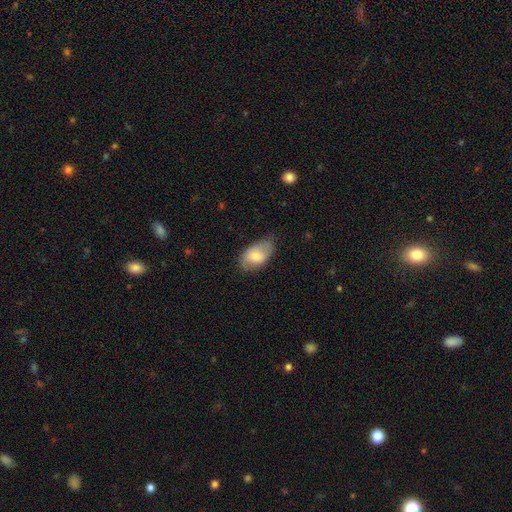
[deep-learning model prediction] This is likely a smooth galaxy (71%). How rounded: clearly in between (93%). Merging: likely none (68%).